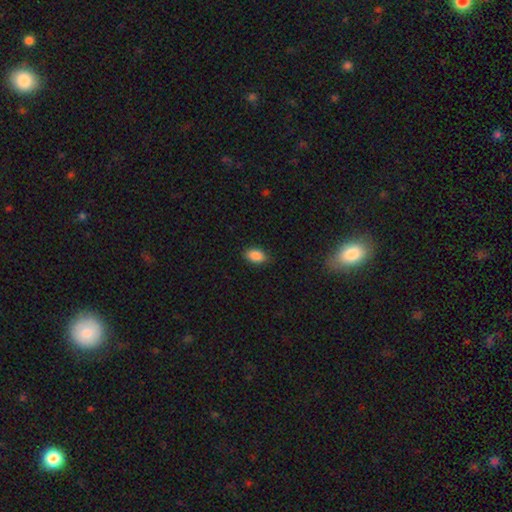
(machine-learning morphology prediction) This is clearly a smooth galaxy (87%). How rounded: clearly in between (88%). Merging: clearly none (86%).